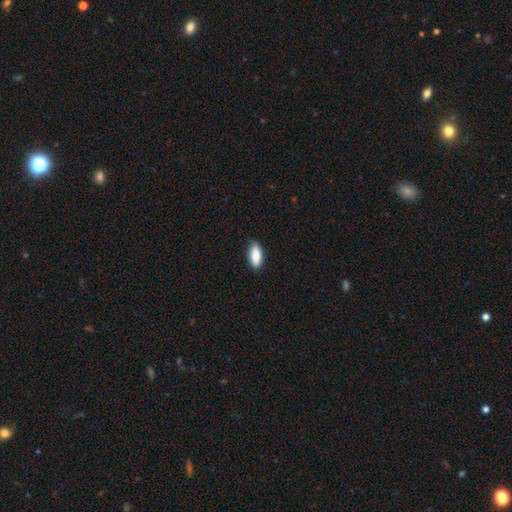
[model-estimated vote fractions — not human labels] Smooth or featured?
  - smooth: 83% *
  - featured or disk: 10%
  - star or artifact: 7%
How rounded?
  - in between: 81% *
  - cigar-shaped: 17%
  - round: 2%
Merging?
  - none: 76% *
  - minor disturbance: 20%
  - major disturbance: 3%
  - merger: 1%